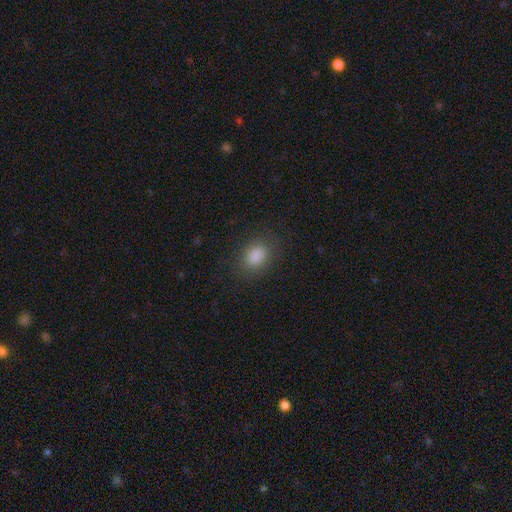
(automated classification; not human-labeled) Smooth or featured? smooth (85%)
How rounded? in between (60%)
Merging? none (85%)